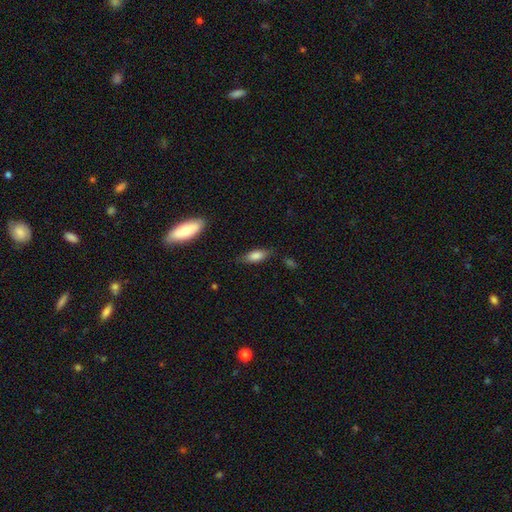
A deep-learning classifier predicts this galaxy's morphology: This appears to be a smooth galaxy with no disk features (80%) that is in between round and cigar-shaped (73%). Merging: none (76%).